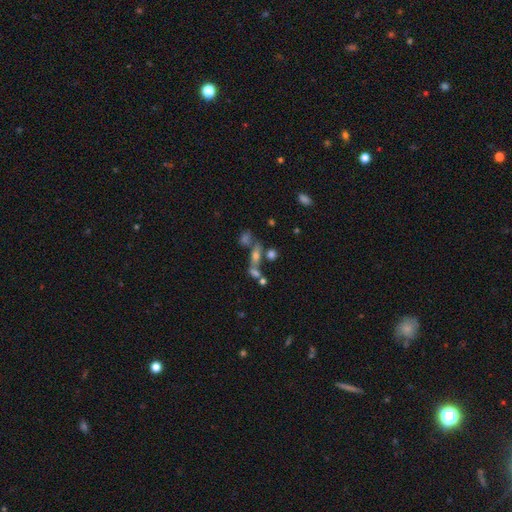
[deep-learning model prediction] Q: Smooth or featured?
A: smooth (42%); runner-up: featured or disk (34%)
Q: Merging?
A: merger (41%); runner-up: none (35%)